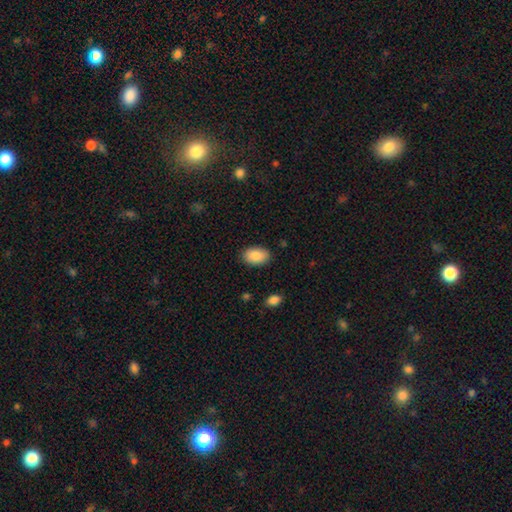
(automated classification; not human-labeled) A smooth galaxy with no disk features (88%) that is in between round and cigar-shaped (90%).

Vote fractions:
- Smooth or featured? smooth: 88% / star or artifact: 7% / featured or disk: 6%
- How rounded? in between: 90% / round: 9% / cigar-shaped: 1%
- Merging? none: 86% / minor disturbance: 10% / major disturbance: 2% / merger: 1%